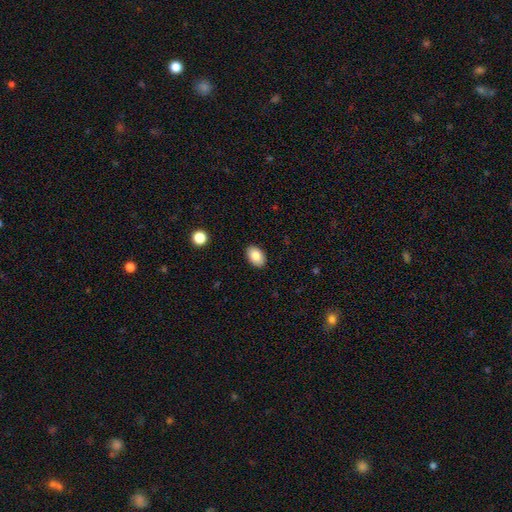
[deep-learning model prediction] The model was most divided on "how rounded": in between: 87%, round: 12%, cigar-shaped: 1%. More confident: merging — none (90%); smooth or featured — smooth (85%).